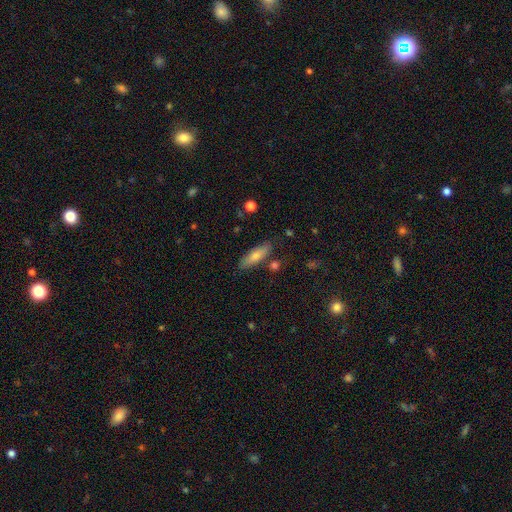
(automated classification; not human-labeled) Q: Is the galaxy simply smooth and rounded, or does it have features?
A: smooth — 70%.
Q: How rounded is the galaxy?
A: cigar-shaped — 55%.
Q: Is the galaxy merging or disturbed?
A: none — 82%.